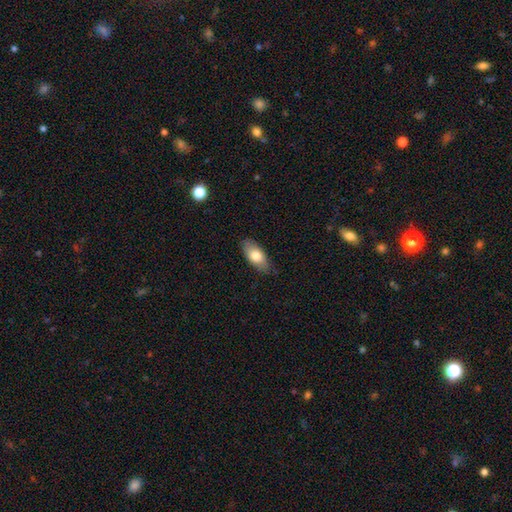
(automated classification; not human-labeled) Smooth or featured? smooth (76%)
How rounded? in between (87%)
Merging? none (82%)